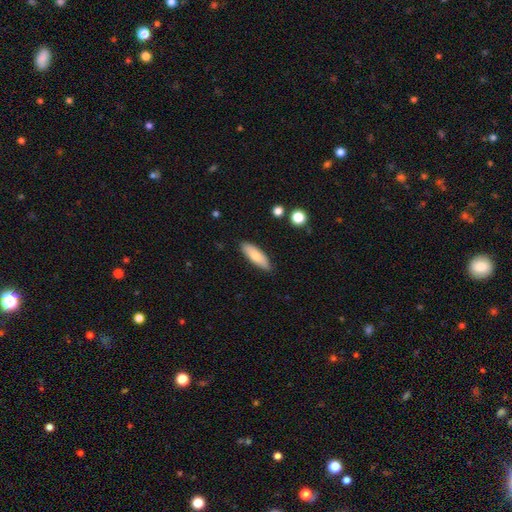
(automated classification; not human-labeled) smooth_or_featured: smooth (p=0.75) [alt: featured or disk p=0.19]
how_rounded: in between (p=0.58) [alt: cigar-shaped p=0.40]
merging: none (p=0.86) [alt: minor disturbance p=0.11]